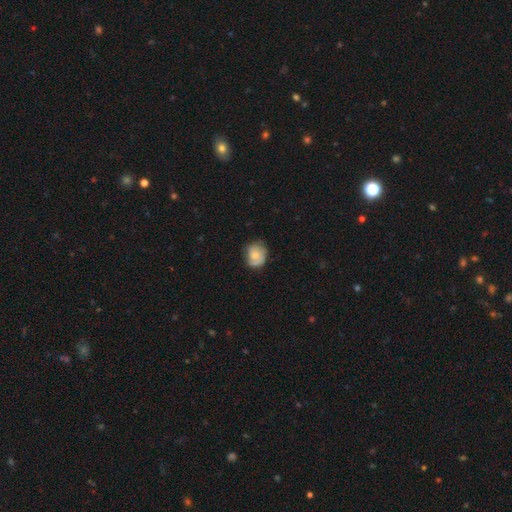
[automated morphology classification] This appears to be a smooth galaxy with no disk features (55%) that is round (61%). Merging: none (64%).